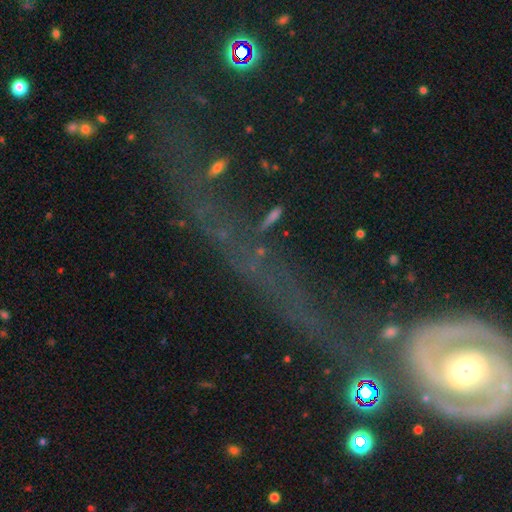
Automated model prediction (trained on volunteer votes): star or artifact 45%, featured or disk 34%, smooth 21%.